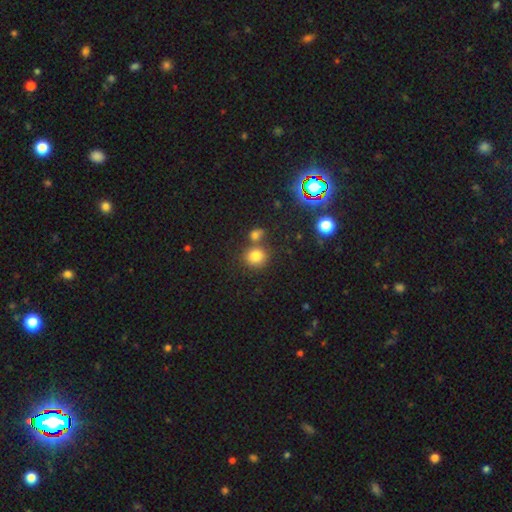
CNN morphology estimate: Overall: smooth (78%). How rounded: round (83%). Merging: none (66%).